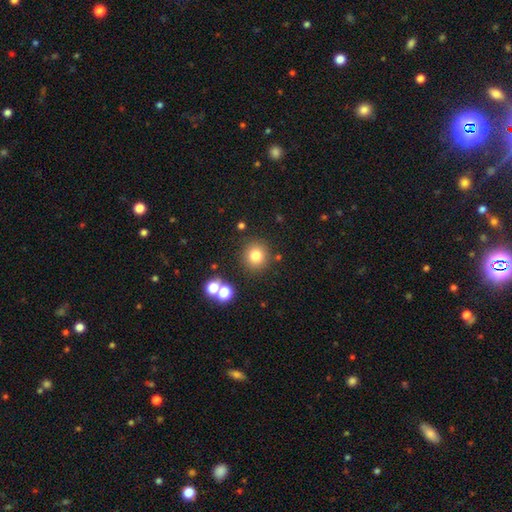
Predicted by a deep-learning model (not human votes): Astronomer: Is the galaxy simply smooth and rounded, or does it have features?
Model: smooth — 78%.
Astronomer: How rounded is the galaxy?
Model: round — 93%.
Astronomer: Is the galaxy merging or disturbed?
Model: none — 84%.